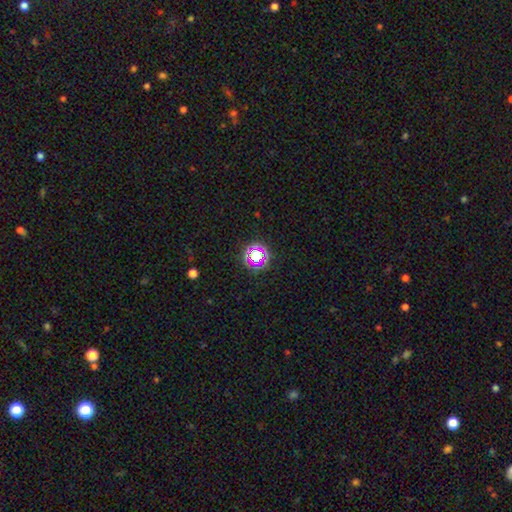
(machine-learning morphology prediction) Smooth or featured? Predicted: star or artifact (p=0.65).